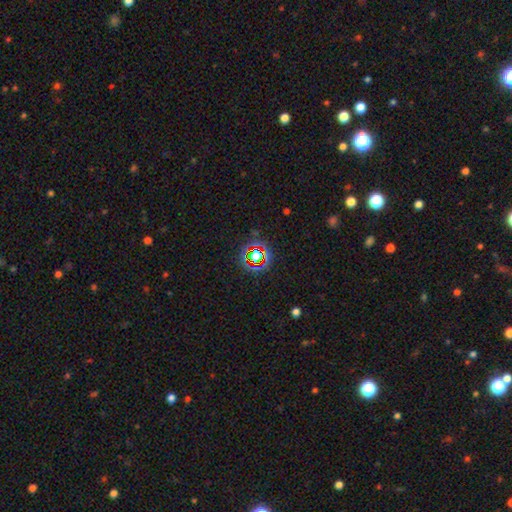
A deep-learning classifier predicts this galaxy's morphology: A star or artifact, not a galaxy (69%).